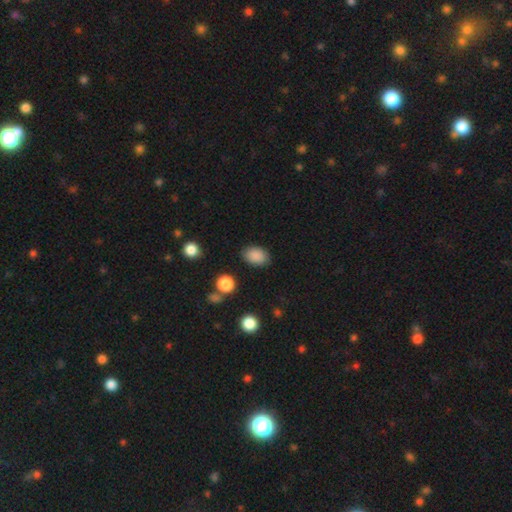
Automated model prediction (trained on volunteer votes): Overall: smooth (87%). How rounded: in between (81%). Merging: none (83%).